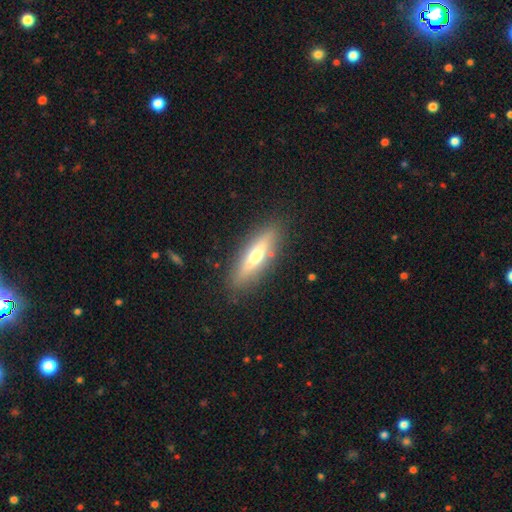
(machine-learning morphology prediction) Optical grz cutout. It shows a featured or disk galaxy (51%) viewed edge-on (83%). Merging: none (87%).